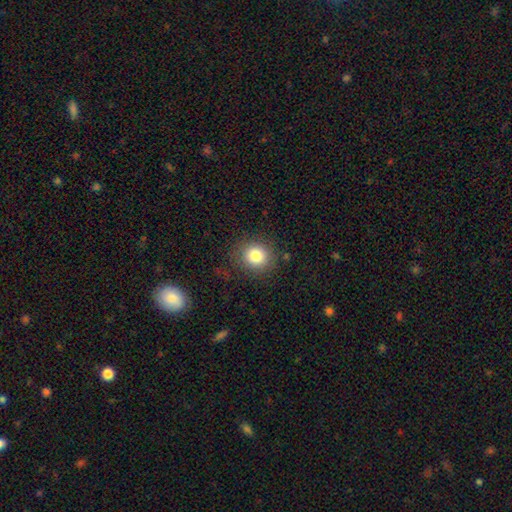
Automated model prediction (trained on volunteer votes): smooth_or_featured: smooth (p=0.82) [alt: star or artifact p=0.11]
how_rounded: round (p=0.85) [alt: in between p=0.15]
merging: none (p=0.84) [alt: minor disturbance p=0.10]